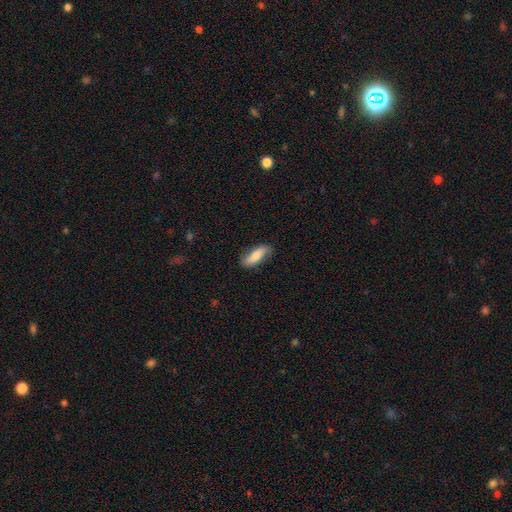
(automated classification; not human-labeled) A smooth galaxy with no disk features (69%) that is in between round and cigar-shaped (67%). Merging: none (78%).